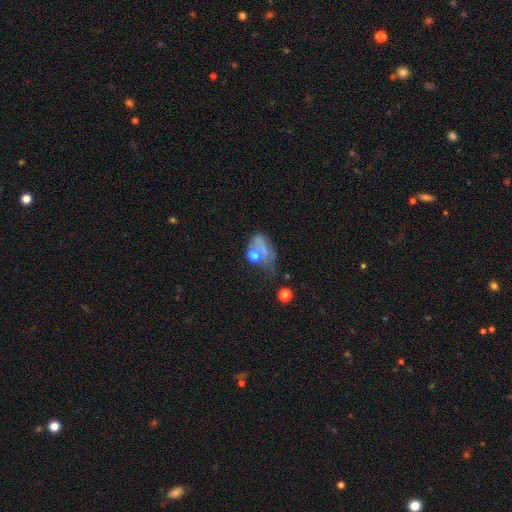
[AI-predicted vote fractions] Morphology: type=smooth (55%); roundness=in between (64%); merging=major disturbance (38%).